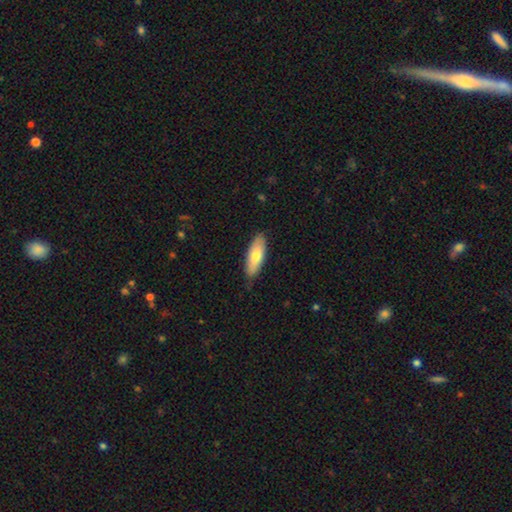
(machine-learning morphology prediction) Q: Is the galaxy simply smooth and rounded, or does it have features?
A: smooth — 73%.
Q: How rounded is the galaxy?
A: in between — 65%.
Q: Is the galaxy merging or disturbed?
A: none — 82%.